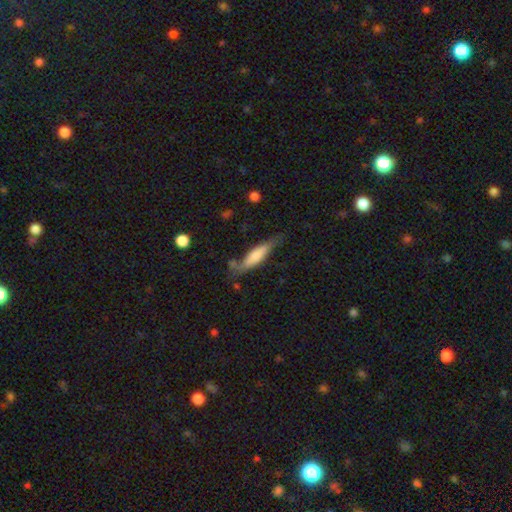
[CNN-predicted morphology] Smooth or featured?
  - smooth: 59% *
  - featured or disk: 35%
  - star or artifact: 6%
How rounded?
  - cigar-shaped: 68% *
  - in between: 30%
  - round: 2%
Merging?
  - none: 55% *
  - minor disturbance: 29%
  - major disturbance: 10%
  - merger: 6%